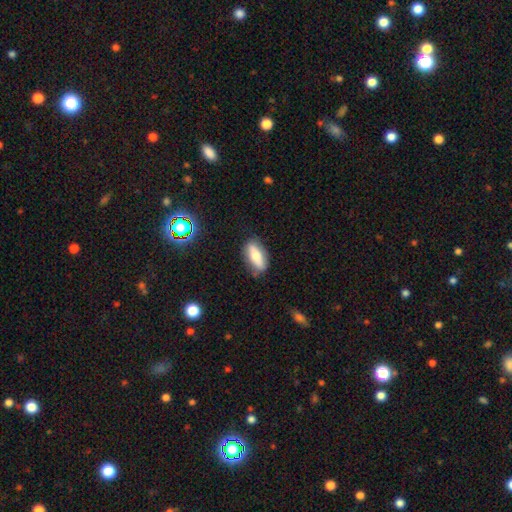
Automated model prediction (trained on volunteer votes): Smooth or featured? Predicted: smooth (p=0.65). How rounded? Predicted: in between (p=0.77). Merging? Predicted: none (p=0.82).